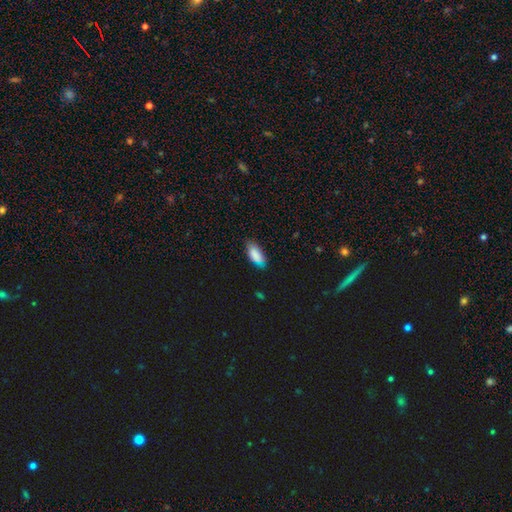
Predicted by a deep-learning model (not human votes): smooth-or-featured: smooth: 84% | featured or disk: 8% | star or artifact: 8%
  how-rounded: in between: 87% | cigar-shaped: 11% | round: 2%
  merging: none: 69% | minor disturbance: 24% | major disturbance: 4% | merger: 2%